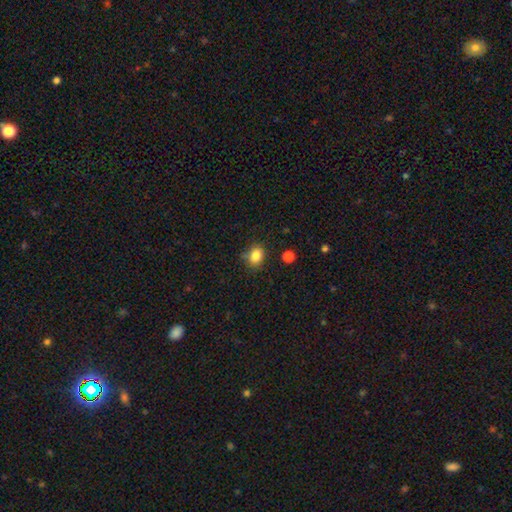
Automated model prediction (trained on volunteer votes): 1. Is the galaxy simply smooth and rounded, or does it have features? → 84% smooth, 10% star or artifact, 6% featured or disk.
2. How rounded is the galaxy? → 56% in between, 43% round, 1% cigar-shaped.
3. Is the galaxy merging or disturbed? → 73% none, 19% minor disturbance, 5% merger, 4% major disturbance.